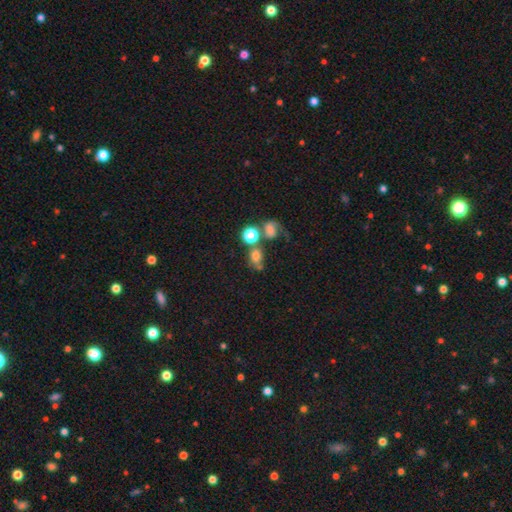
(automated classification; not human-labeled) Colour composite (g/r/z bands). It shows a smooth galaxy with no disk features (69%) that is round (53%). Merging: none (39%).